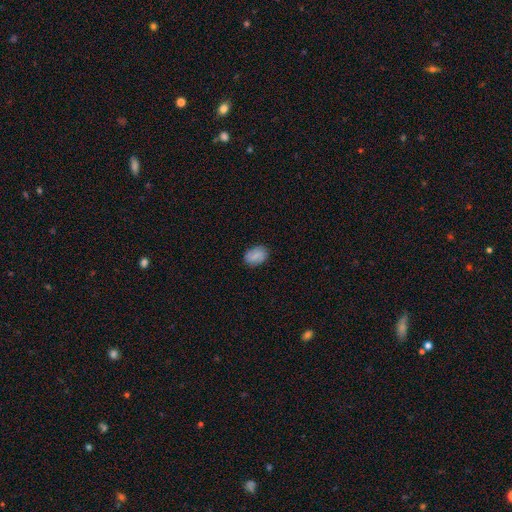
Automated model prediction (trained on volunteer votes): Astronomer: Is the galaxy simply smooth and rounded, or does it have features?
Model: smooth — 80%.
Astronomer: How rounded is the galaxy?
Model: in between — 82%.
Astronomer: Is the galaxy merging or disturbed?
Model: none — 85%.